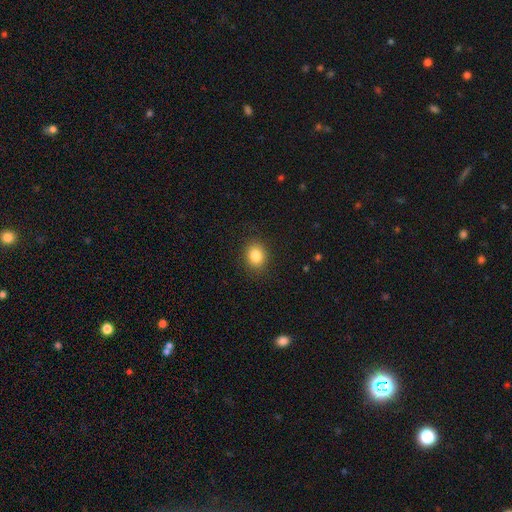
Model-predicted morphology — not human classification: smooth 84%, star or artifact 10%, featured or disk 6%. Down the decision tree: how rounded — round (62%); merging — none (89%).